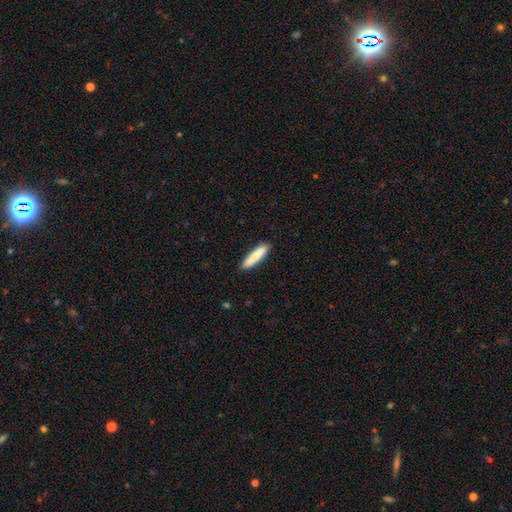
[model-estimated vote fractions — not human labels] Smooth or featured: smooth — 79% (featured or disk — 16%)
How rounded: cigar-shaped — 85% (in between — 13%)
Merging: none — 89% (minor disturbance — 8%)